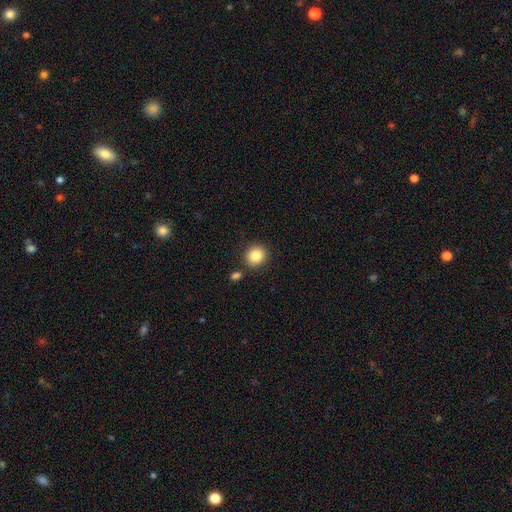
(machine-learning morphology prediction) Smooth or featured: smooth — 86% (star or artifact — 9%)
How rounded: round — 82% (in between — 17%)
Merging: none — 82% (minor disturbance — 9%)